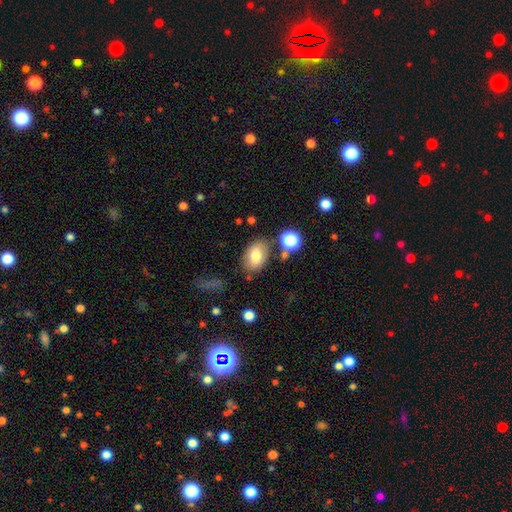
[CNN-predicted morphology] A smooth galaxy with no disk features (77%) that is in between round and cigar-shaped (87%).

Vote fractions:
- Smooth or featured? smooth: 77% / featured or disk: 14% / star or artifact: 9%
- How rounded? in between: 87% / round: 12% / cigar-shaped: 1%
- Merging? none: 76% / minor disturbance: 14% / merger: 6% / major disturbance: 4%